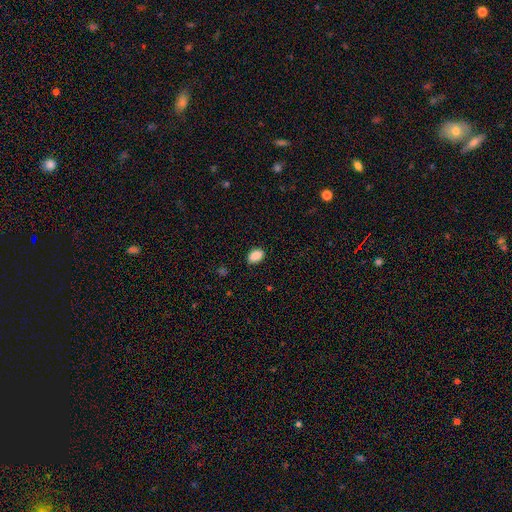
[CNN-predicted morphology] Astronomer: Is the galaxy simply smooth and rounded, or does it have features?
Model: smooth — 89%.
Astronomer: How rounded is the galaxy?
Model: in between — 85%.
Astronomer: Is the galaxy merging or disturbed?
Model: none — 86%.